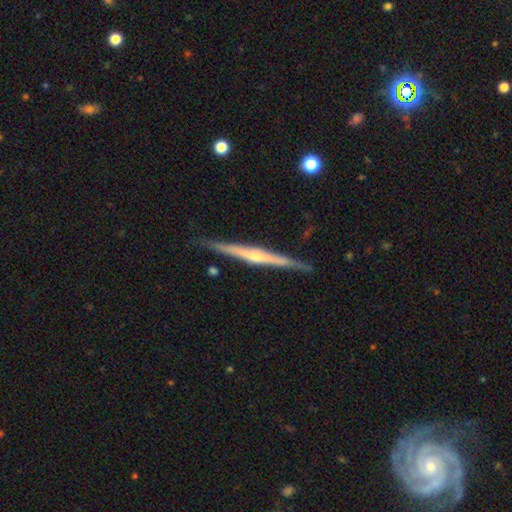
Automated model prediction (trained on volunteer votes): Smooth or featured? Predicted: featured or disk (p=0.79). Edge-on disk? Predicted: yes (p=0.98). Edge-on bulge? Predicted: rounded (p=0.77). Merging? Predicted: none (p=0.88).